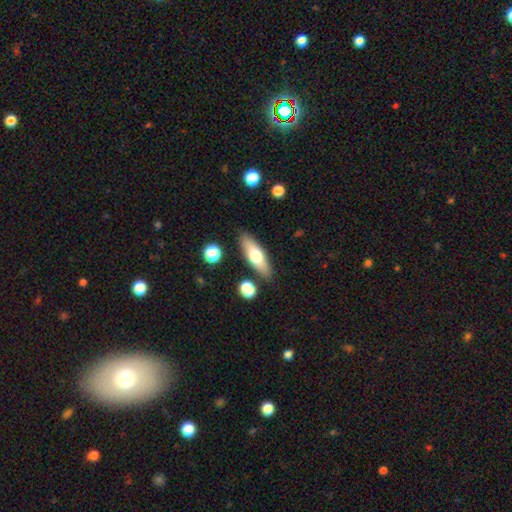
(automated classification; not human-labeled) Overall: smooth (60%; featured or disk 34%). How rounded: in between (49%; cigar-shaped 48%). Merging: none (85%).